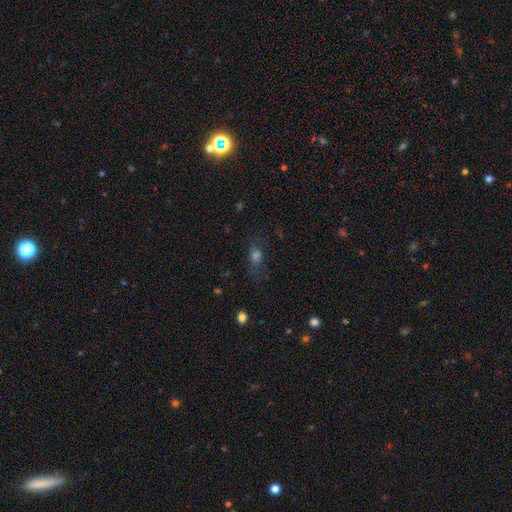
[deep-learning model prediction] smooth-or-featured: smooth: 74% | star or artifact: 14% | featured or disk: 12%
  how-rounded: in between: 65% | round: 29% | cigar-shaped: 6%
  merging: none: 61% | minor disturbance: 22% | major disturbance: 15% | merger: 2%